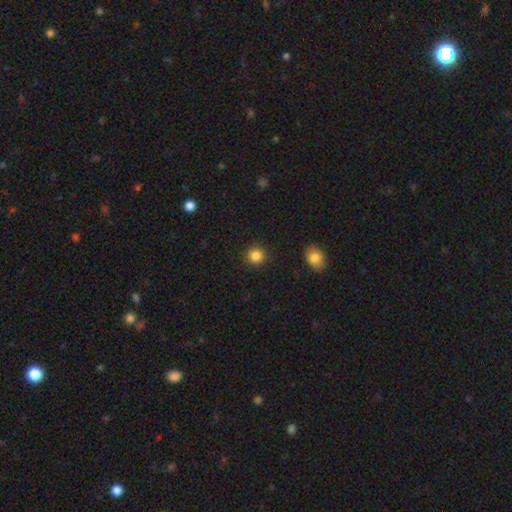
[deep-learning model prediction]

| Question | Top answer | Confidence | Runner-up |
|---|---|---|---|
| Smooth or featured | smooth | 86% | star or artifact (10%) |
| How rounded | round | 92% | in between (7%) |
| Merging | none | 90% | minor disturbance (6%) |